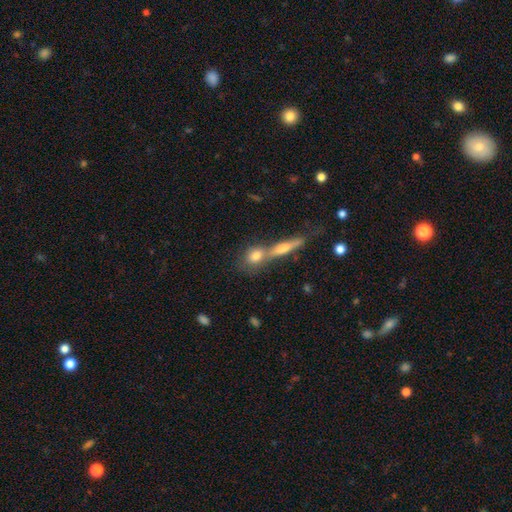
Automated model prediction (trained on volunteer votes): Q: Smooth or featured?
A: smooth (72%); runner-up: featured or disk (19%)
Q: How rounded?
A: in between (44%); runner-up: round (40%)
Q: Merging?
A: none (44%); runner-up: merger (43%)